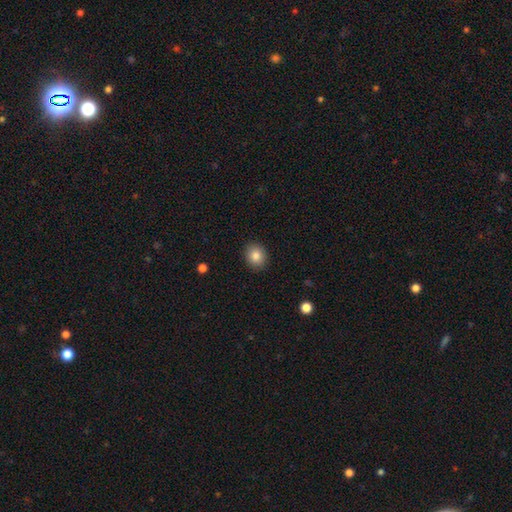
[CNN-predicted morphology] A smooth galaxy with no disk features (84%) that is round (67%).

Vote fractions:
- Smooth or featured? smooth: 84% / star or artifact: 9% / featured or disk: 6%
- How rounded? round: 67% / in between: 32% / cigar-shaped: 1%
- Merging? none: 91% / minor disturbance: 7% / major disturbance: 2% / merger: 1%